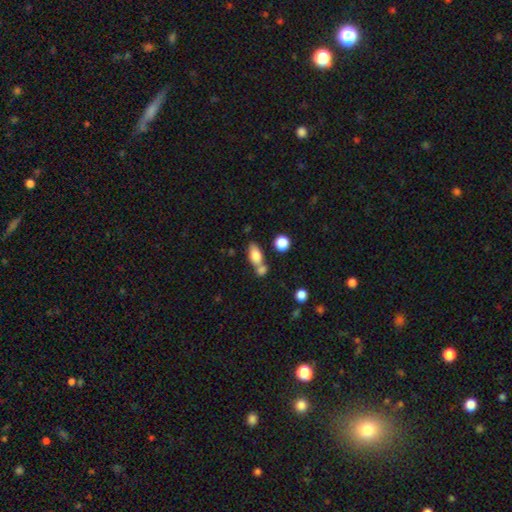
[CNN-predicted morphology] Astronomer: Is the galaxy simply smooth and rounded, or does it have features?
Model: smooth — 79%.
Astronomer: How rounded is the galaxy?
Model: in between — 80%.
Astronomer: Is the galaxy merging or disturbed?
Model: none — 45% (runner-up: merger, 39%).